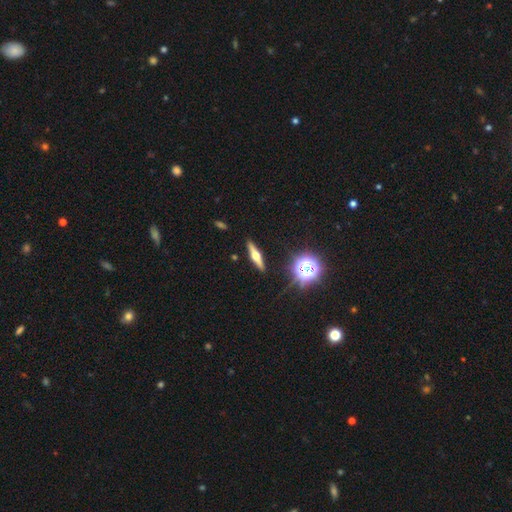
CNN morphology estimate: Smooth or featured: featured or disk — 68% (smooth — 22%)
Edge-on disk: yes — 96% (no — 4%)
Edge-on bulge: rounded — 95% (boxy — 3%)
Merging: none — 90% (minor disturbance — 7%)